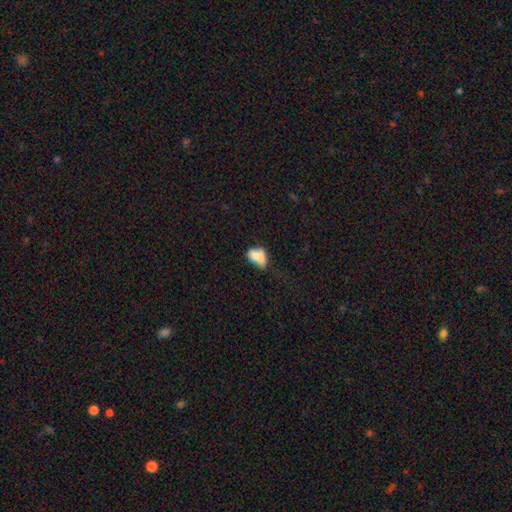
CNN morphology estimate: smooth-or-featured: smooth: 69% | featured or disk: 20% | star or artifact: 10%
  how-rounded: in between: 82% | round: 15% | cigar-shaped: 3%
  merging: none: 28% (tied) | merger: 28% (tied) | minor disturbance: 26% | major disturbance: 18%